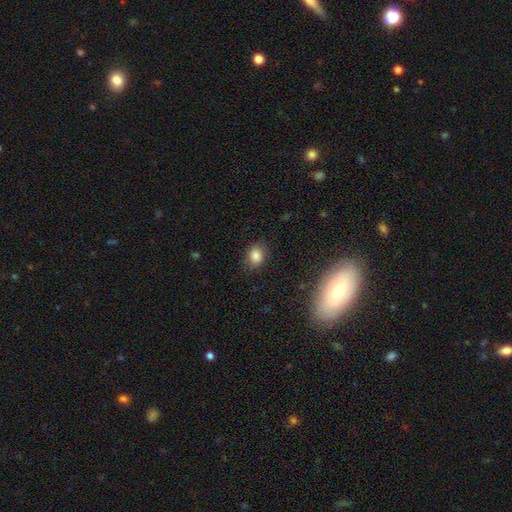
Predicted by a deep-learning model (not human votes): A smooth galaxy with no disk features (84%) that is in between round and cigar-shaped (62%). Merging: none (80%).